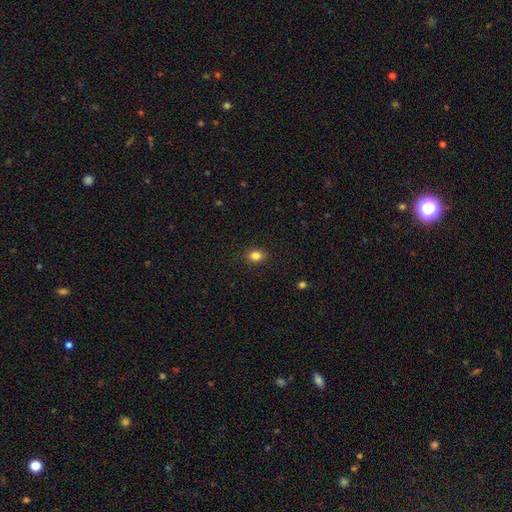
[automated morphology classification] Overall: smooth (84%). How rounded: in between (50%; round 49%). Merging: none (89%).